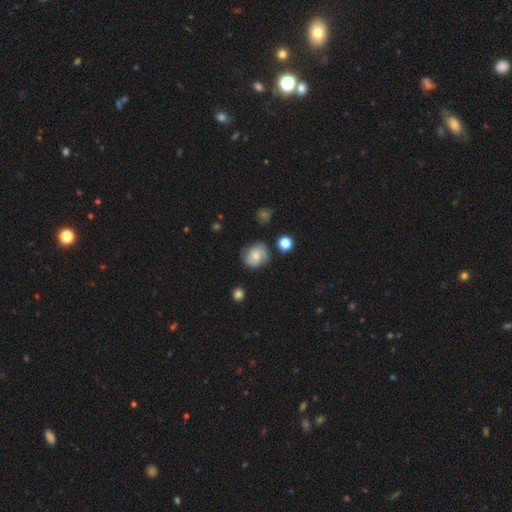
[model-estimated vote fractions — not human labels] The model was most divided on "smooth or featured": smooth: 55%, featured or disk: 35%, star or artifact: 10%. More confident: merging — none (69%); how rounded — round (68%).